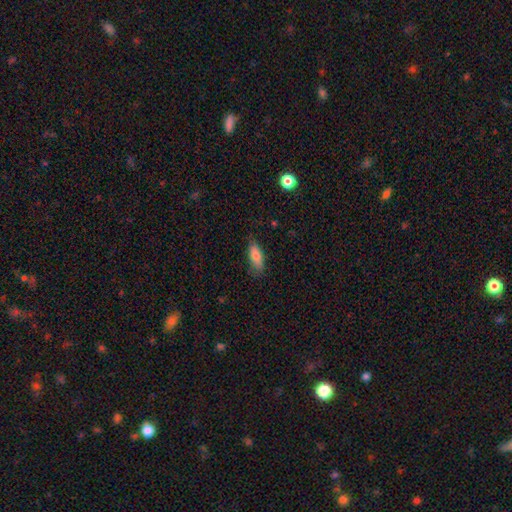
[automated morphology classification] This is clearly a smooth galaxy (82%). How rounded: likely in between (73%). Merging: likely none (76%).